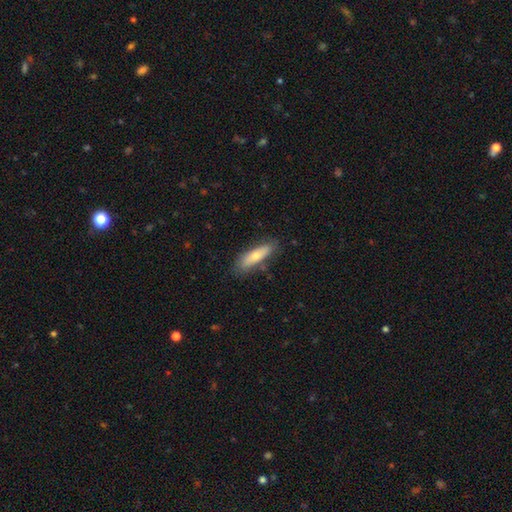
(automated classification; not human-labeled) A smooth galaxy with no disk features (66%) that is cigar-shaped (64%).

Vote fractions:
- Smooth or featured? smooth: 66% / featured or disk: 28% / star or artifact: 6%
- How rounded? cigar-shaped: 64% / in between: 34% / round: 2%
- Merging? none: 79% / minor disturbance: 15% / major disturbance: 3% / merger: 2%